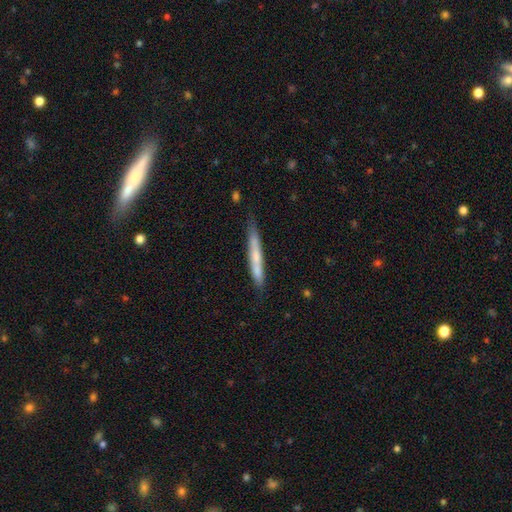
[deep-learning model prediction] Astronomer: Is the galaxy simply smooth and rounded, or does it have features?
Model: smooth — 58% (runner-up: featured or disk, 36%).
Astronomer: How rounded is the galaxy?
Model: cigar-shaped — 96%.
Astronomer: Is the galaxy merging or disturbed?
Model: none — 76%.